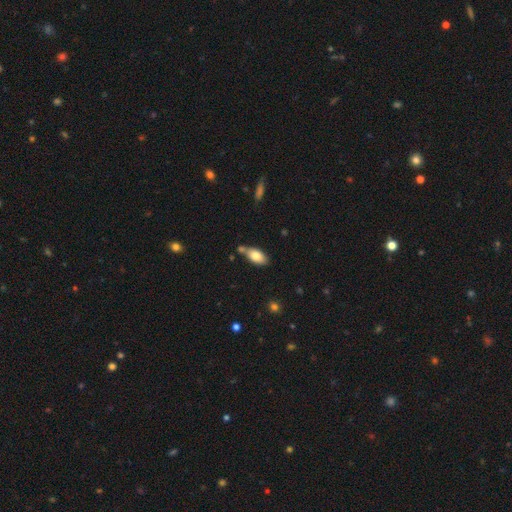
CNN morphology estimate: This is likely a smooth galaxy (77%). How rounded: clearly in between (90%). Merging: likely none (64%).